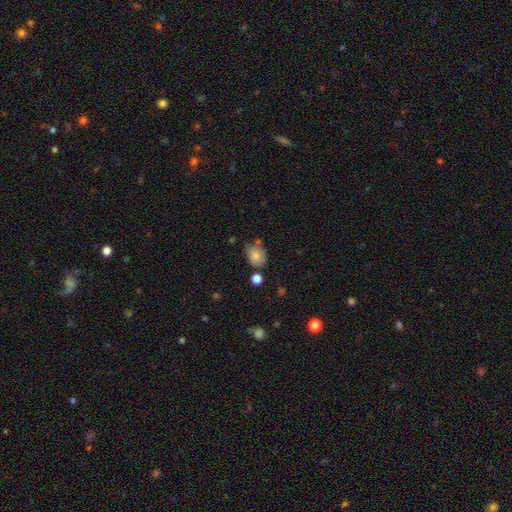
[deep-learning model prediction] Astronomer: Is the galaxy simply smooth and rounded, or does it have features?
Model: smooth — 80%.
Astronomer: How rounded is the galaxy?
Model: in between — 53% (runner-up: round, 46%).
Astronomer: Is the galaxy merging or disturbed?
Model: none — 59%.